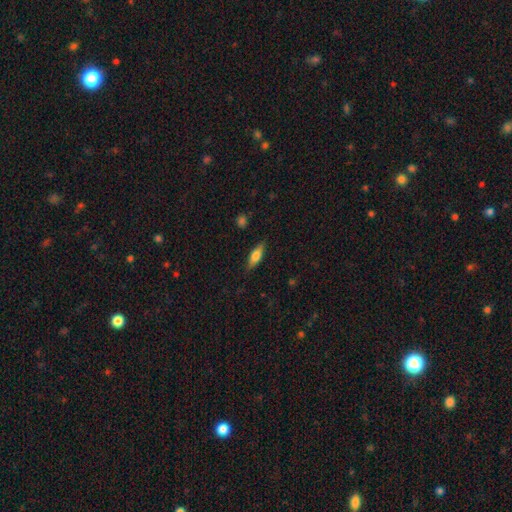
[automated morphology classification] This is likely a smooth galaxy (64%). How rounded: possibly in between (58%). Merging: clearly none (84%).